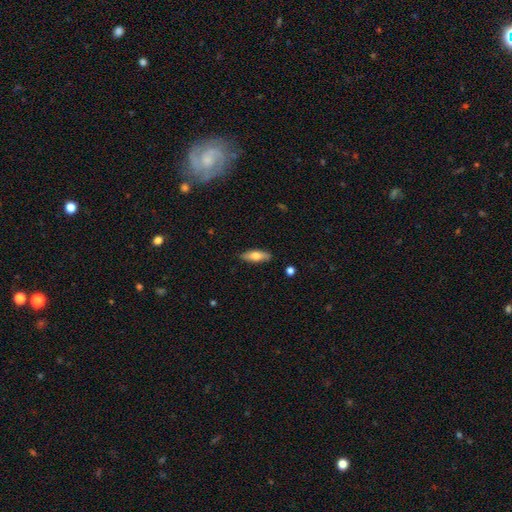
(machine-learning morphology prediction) Smooth or featured? Predicted: smooth (p=0.69). How rounded? Predicted: in between (p=0.61). Merging? Predicted: none (p=0.87).